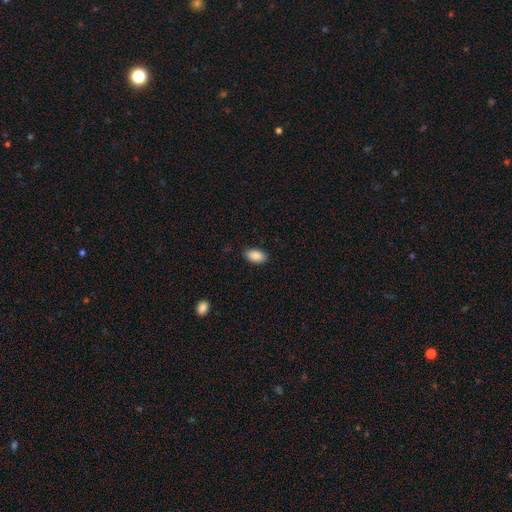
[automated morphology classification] Smooth or featured: smooth — 89% (star or artifact — 7%)
How rounded: in between — 94% (round — 4%)
Merging: none — 86% (minor disturbance — 11%)